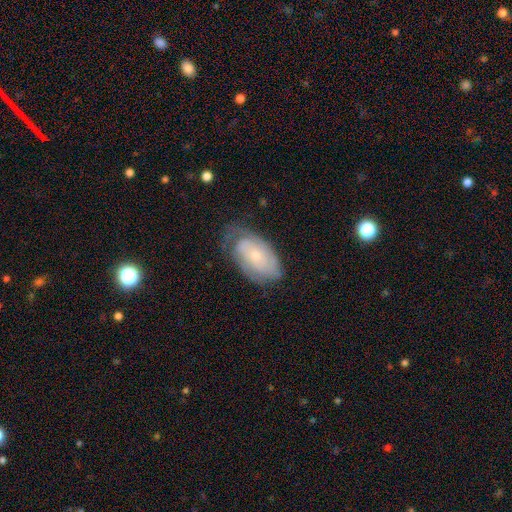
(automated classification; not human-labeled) featured or disk 63%, smooth 31%, star or artifact 7%. Down the decision tree: edge-on disk — no (94%); bar — no (76%); spiral arms — yes (82%); bulge size — small (70%); merging — none (57%).